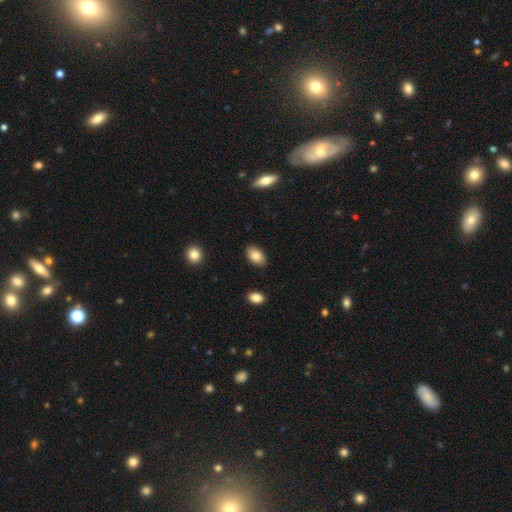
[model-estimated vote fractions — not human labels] smooth-or-featured: smooth: 83% | featured or disk: 10% | star or artifact: 7%
  how-rounded: in between: 92% | round: 7% | cigar-shaped: 1%
  merging: none: 88% | minor disturbance: 9% | major disturbance: 2% | merger: 1%